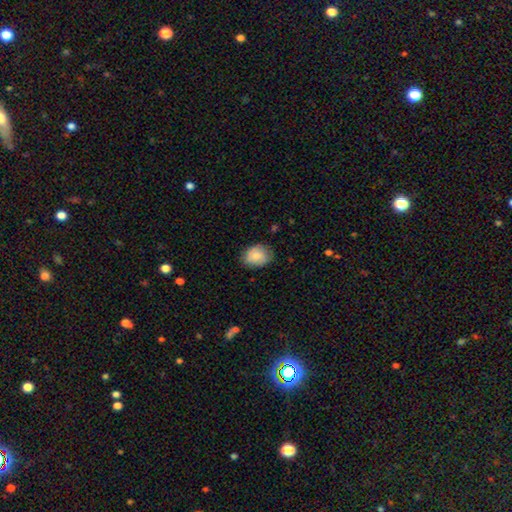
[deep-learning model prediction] Morphology: type=smooth (77%); roundness=in between (60%); merging=none (74%).